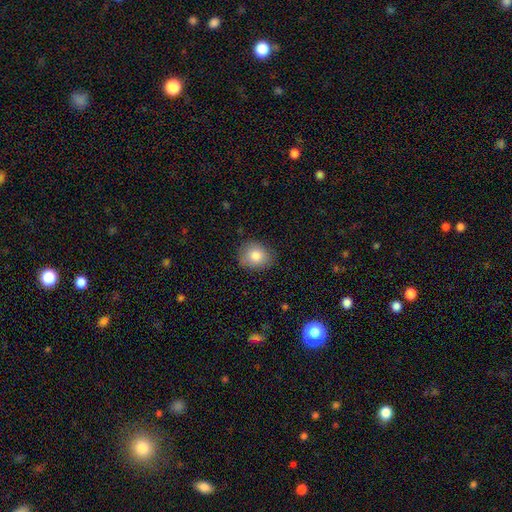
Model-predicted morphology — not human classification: Smooth or featured? smooth (82%)
How rounded? round (65%)
Merging? none (82%)